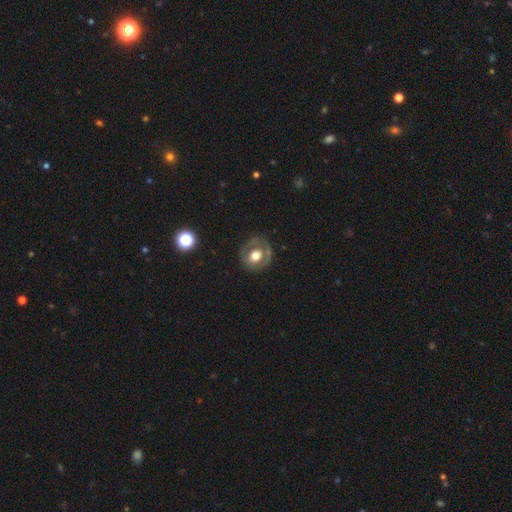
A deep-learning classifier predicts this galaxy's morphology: Smooth or featured?
  - featured or disk: 49% *
  - smooth: 44%
  - star or artifact: 7%
Merging?
  - none: 78% *
  - minor disturbance: 14%
  - major disturbance: 6%
  - merger: 2%